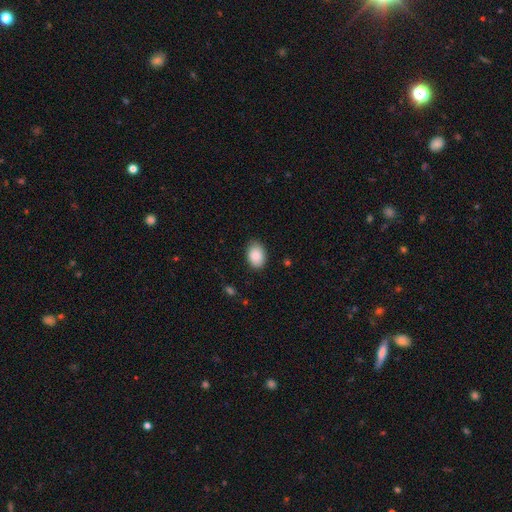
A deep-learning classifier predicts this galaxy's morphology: Overall: smooth (89%). How rounded: in between (79%). Merging: none (81%).